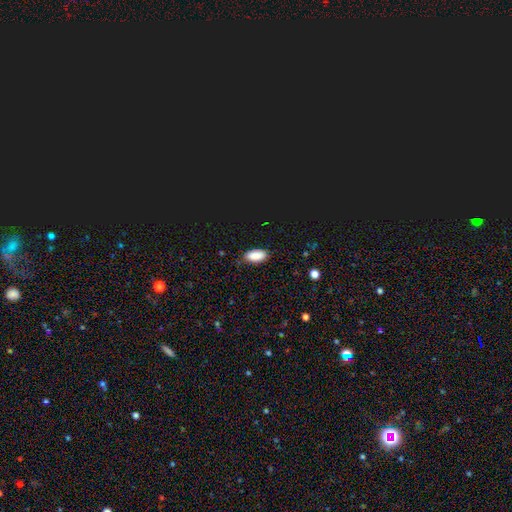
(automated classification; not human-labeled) Smooth or featured? smooth (86%)
How rounded? in between (92%)
Merging? none (78%)